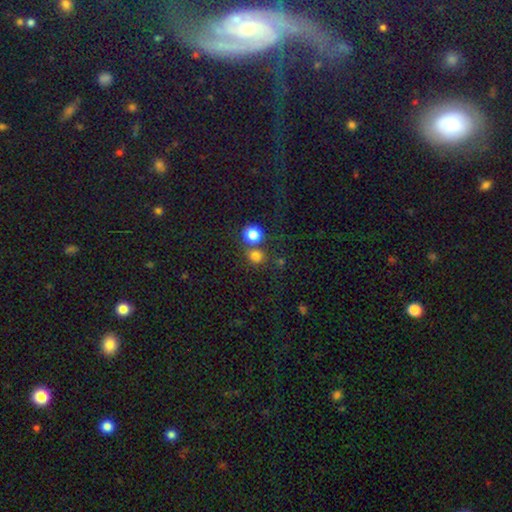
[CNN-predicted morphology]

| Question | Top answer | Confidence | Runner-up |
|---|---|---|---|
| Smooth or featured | smooth | 80% | star or artifact (13%) |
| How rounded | round | 85% | in between (14%) |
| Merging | none | 56% | merger (34%) |